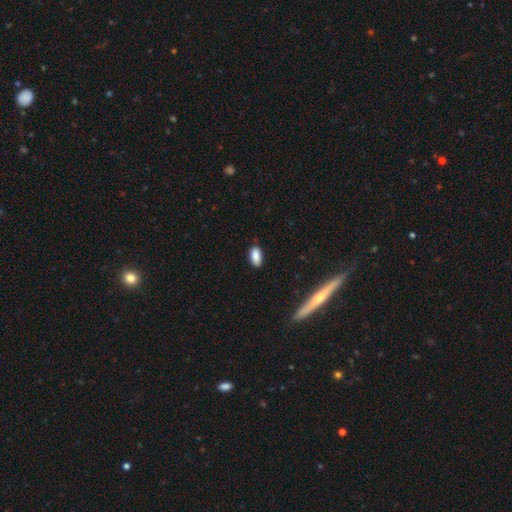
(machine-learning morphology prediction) smooth_or_featured: smooth (p=0.88) [alt: star or artifact p=0.07]
how_rounded: in between (p=0.91) [alt: cigar-shaped p=0.07]
merging: none (p=0.84) [alt: minor disturbance p=0.13]